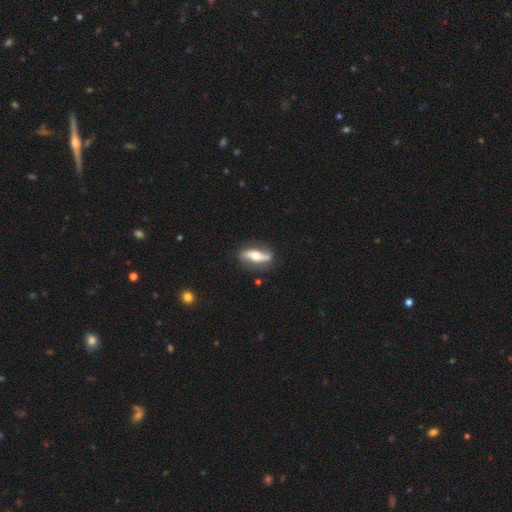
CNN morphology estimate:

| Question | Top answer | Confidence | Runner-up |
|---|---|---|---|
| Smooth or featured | featured or disk | 67% | smooth (27%) |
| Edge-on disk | no | 70% | yes (30%) |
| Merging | none | 79% | minor disturbance (14%) |